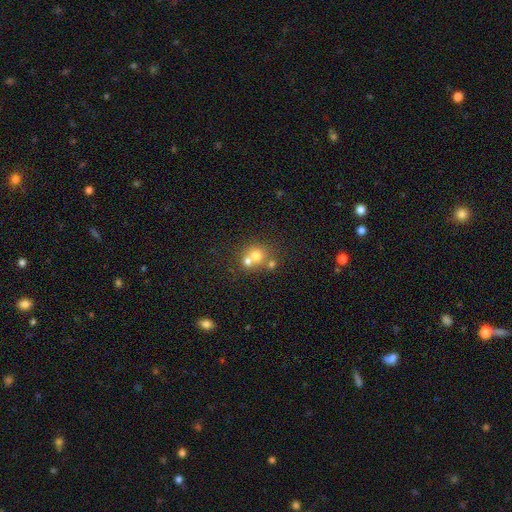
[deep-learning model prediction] This appears to be a smooth galaxy with no disk features (69%) that is round (82%). Merging: merger (49%).